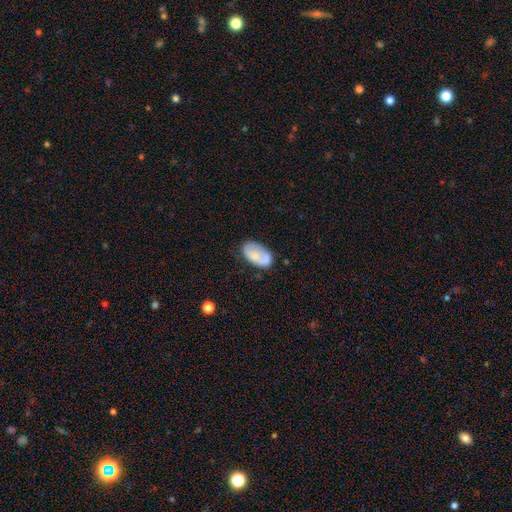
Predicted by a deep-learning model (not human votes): The model was most divided on "merging": none: 61%, minor disturbance: 25%, major disturbance: 9%, merger: 5%. More confident: how rounded — in between (94%); smooth or featured — smooth (67%).